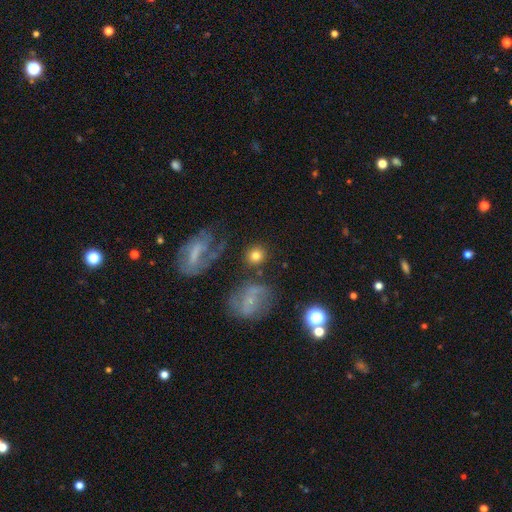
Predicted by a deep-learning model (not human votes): Q: Smooth or featured?
A: smooth (77%); runner-up: featured or disk (14%)
Q: How rounded?
A: round (86%); runner-up: in between (13%)
Q: Merging?
A: none (77%); runner-up: minor disturbance (10%)